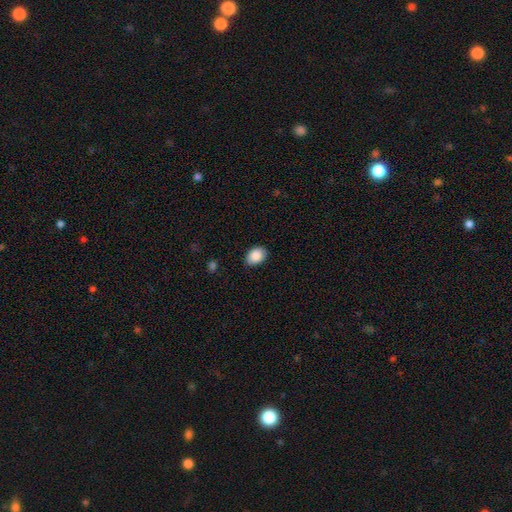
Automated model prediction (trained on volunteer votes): smooth-or-featured: smooth: 89% | star or artifact: 7% | featured or disk: 4%
  how-rounded: in between: 80% | round: 19% | cigar-shaped: 1%
  merging: none: 86% | minor disturbance: 11% | major disturbance: 2% | merger: 1%